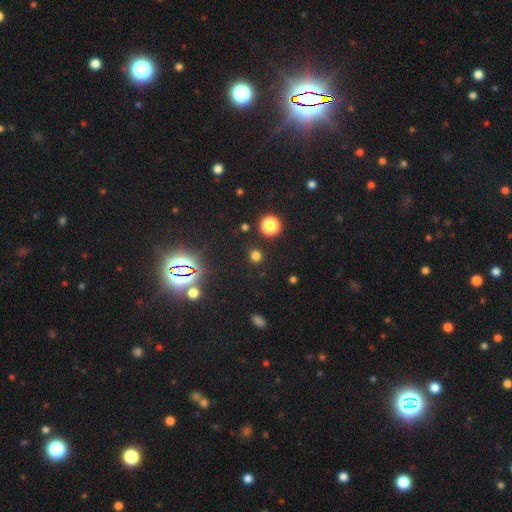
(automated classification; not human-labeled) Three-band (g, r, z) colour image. It shows a smooth galaxy with no disk features (68%) that is round (89%). Merging: none (89%).